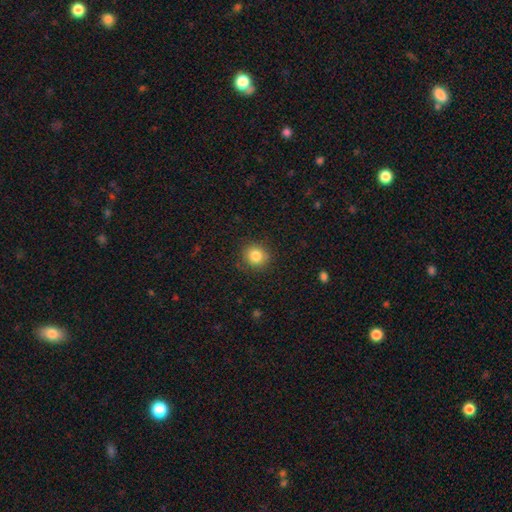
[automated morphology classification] Smooth or featured?
  - smooth: 84% *
  - star or artifact: 11%
  - featured or disk: 6%
How rounded?
  - round: 85% *
  - in between: 14%
  - cigar-shaped: 1%
Merging?
  - none: 87% *
  - minor disturbance: 9%
  - major disturbance: 3%
  - merger: 1%